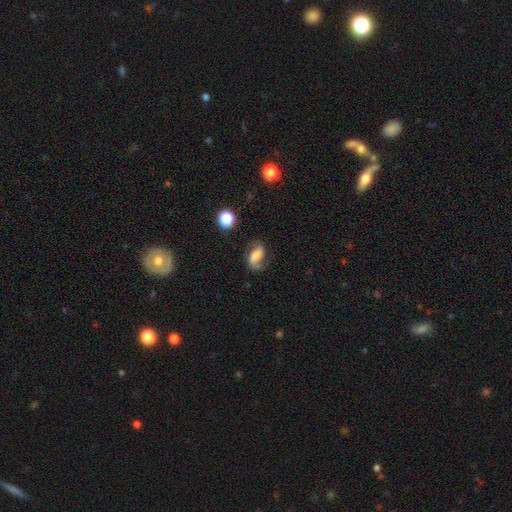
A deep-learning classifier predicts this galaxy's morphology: smooth_or_featured: featured or disk (p=0.62) [alt: smooth p=0.28]
disk_edge_on: no (p=0.96) [alt: yes p=0.04]
bar: no (p=0.38) [alt: weak p=0.36]
has_spiral_arms: yes (p=0.91) [alt: no p=0.09]
spiral_winding: loose (p=0.61) [alt: medium p=0.29]
spiral_arm_count: 2 (p=0.84) [alt: 1 p=0.09]
bulge_size: none (p=0.26) [tied with: moderate p=0.26]
merging: none (p=0.61) [alt: minor disturbance p=0.21]